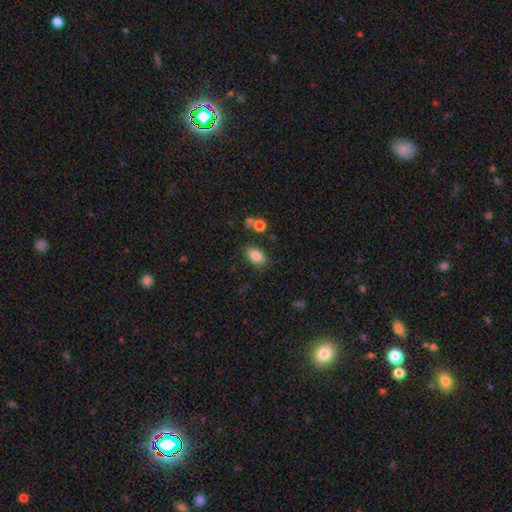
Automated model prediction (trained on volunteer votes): The model was most divided on "merging": none: 80%, minor disturbance: 12%, merger: 4%, major disturbance: 4%. More confident: how rounded — in between (88%); smooth or featured — smooth (84%).